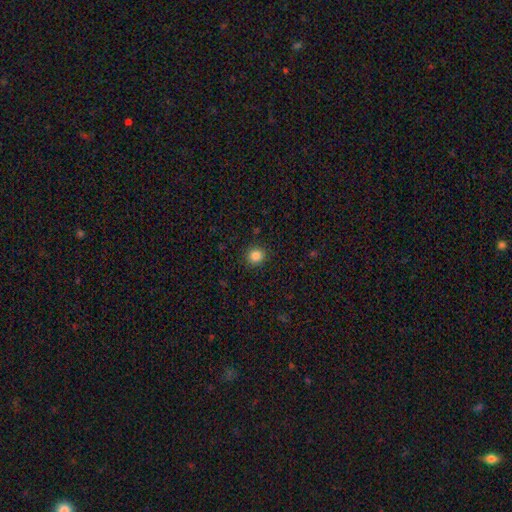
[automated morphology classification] type=smooth (85%); roundness=round (88%); merging=none (91%).